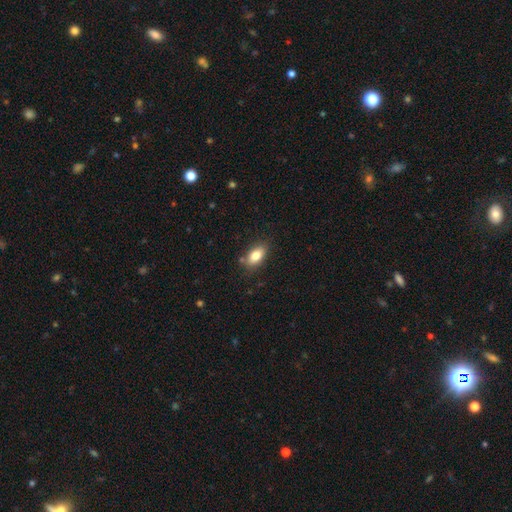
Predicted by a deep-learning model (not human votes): Morphology: type=smooth (82%); roundness=in between (90%); merging=none (81%).